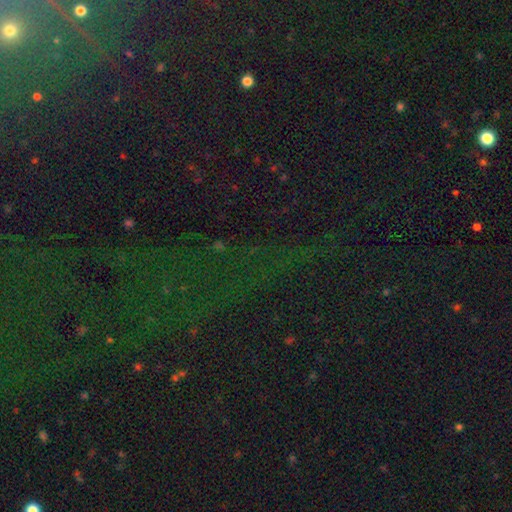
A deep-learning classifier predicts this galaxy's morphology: Q: Smooth or featured?
A: star or artifact (82%); runner-up: smooth (11%)